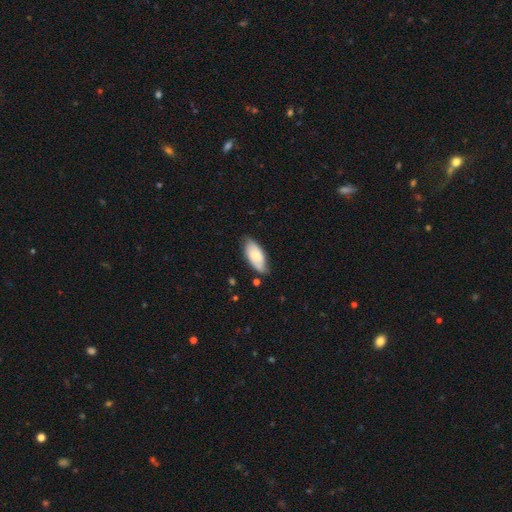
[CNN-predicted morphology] smooth_or_featured: smooth (p=0.71) [alt: featured or disk p=0.23]
how_rounded: in between (p=0.89) [alt: cigar-shaped p=0.09]
merging: none (p=0.72) [alt: minor disturbance p=0.23]